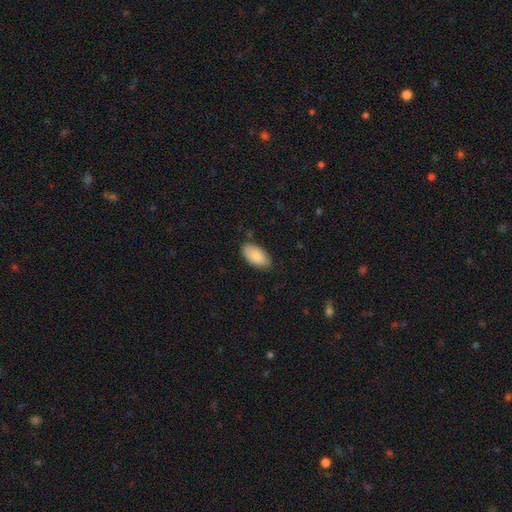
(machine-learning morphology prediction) Smooth or featured? Predicted: smooth (p=0.83). How rounded? Predicted: in between (p=0.95). Merging? Predicted: none (p=0.79).